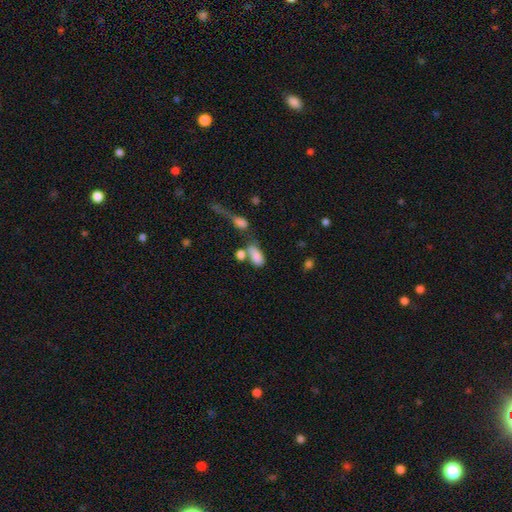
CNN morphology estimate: Overall: smooth (79%). How rounded: in between (90%). Merging: merger (45%; none 29%).